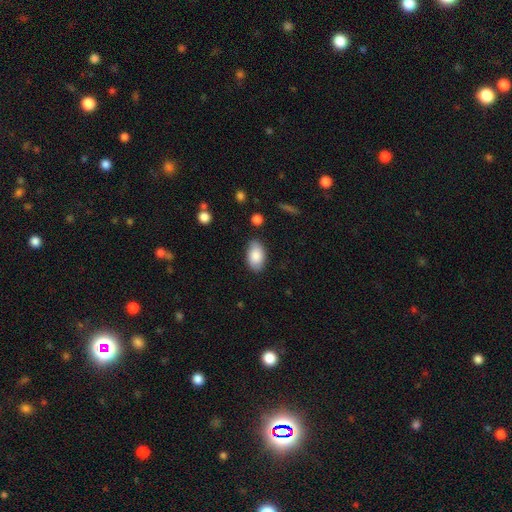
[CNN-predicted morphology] smooth-or-featured: smooth: 85% | featured or disk: 8% | star or artifact: 6%
  how-rounded: in between: 93% | round: 6% | cigar-shaped: 1%
  merging: none: 81% | minor disturbance: 14% | major disturbance: 3% | merger: 2%